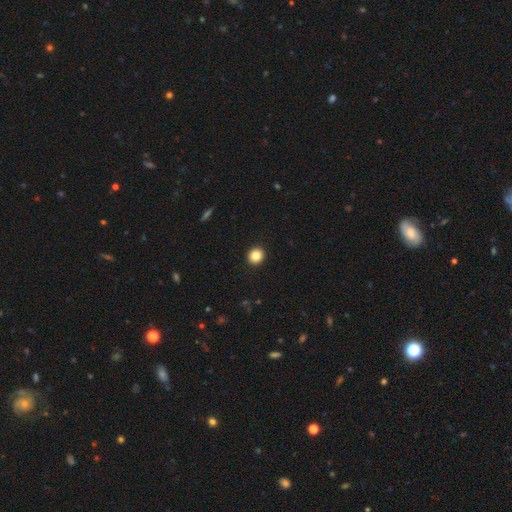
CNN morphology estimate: Smooth or featured? Predicted: smooth (p=0.84). How rounded? Predicted: round (p=0.90). Merging? Predicted: none (p=0.93).